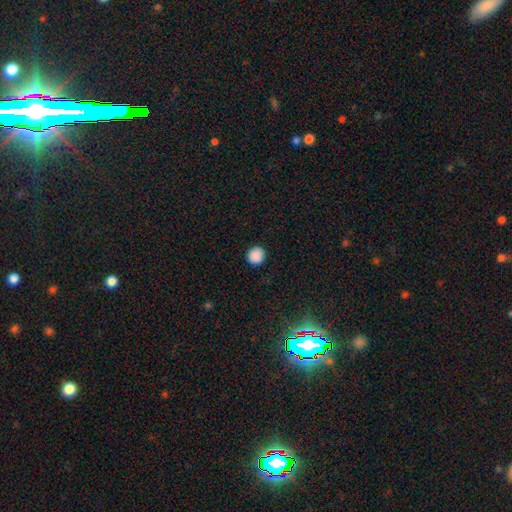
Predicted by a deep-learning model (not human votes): Smooth or featured: smooth — 88% (star or artifact — 9%)
How rounded: round — 89% (in between — 10%)
Merging: none — 90% (minor disturbance — 7%)